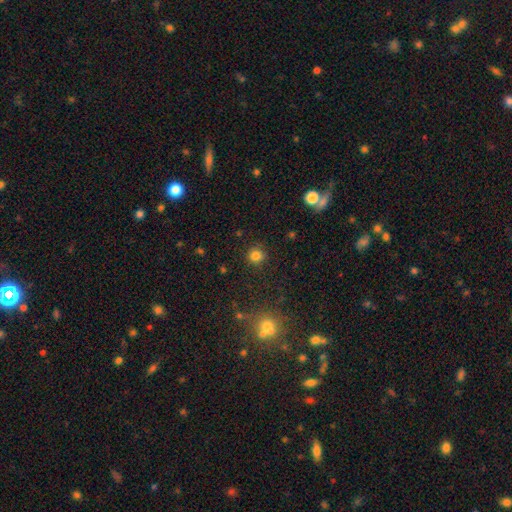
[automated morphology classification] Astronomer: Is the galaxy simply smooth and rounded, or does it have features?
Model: smooth — 81%.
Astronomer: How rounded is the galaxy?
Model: round — 91%.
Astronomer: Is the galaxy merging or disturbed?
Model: none — 87%.